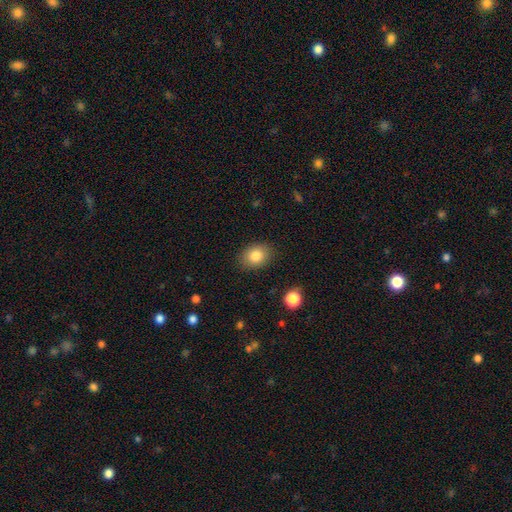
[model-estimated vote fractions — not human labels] Overall: smooth (84%). How rounded: in between (61%; round 38%). Merging: none (85%).